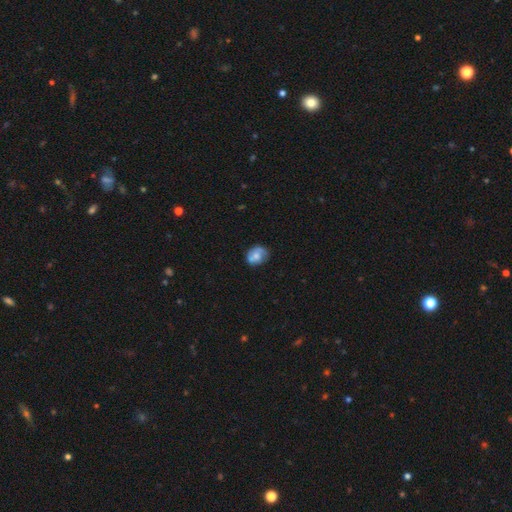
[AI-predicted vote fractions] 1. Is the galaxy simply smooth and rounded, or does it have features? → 53% smooth, 38% featured or disk, 8% star or artifact.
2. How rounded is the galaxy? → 51% in between, 48% round, 1% cigar-shaped.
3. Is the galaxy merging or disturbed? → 62% none, 27% minor disturbance, 7% major disturbance, 4% merger.